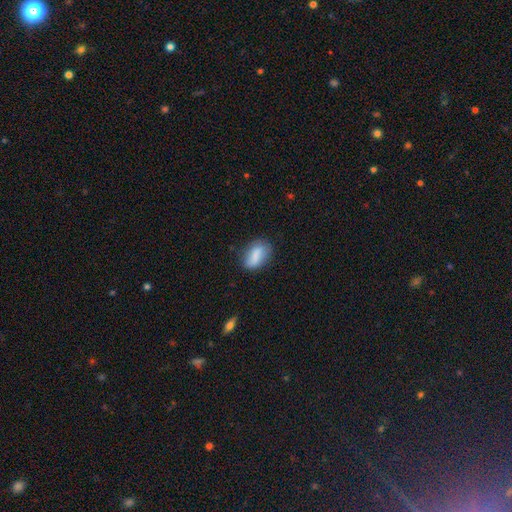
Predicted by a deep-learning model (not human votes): smooth 79%, featured or disk 14%, star or artifact 8%. Down the decision tree: how rounded — in between (85%); merging — none (69%).